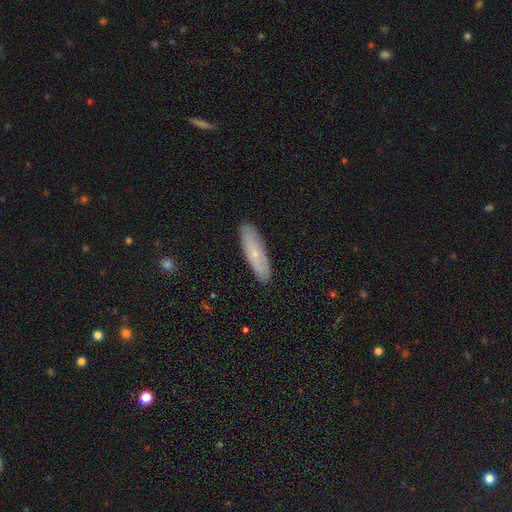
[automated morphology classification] A smooth galaxy with no disk features (57%) that is cigar-shaped (62%). Merging: none (89%).